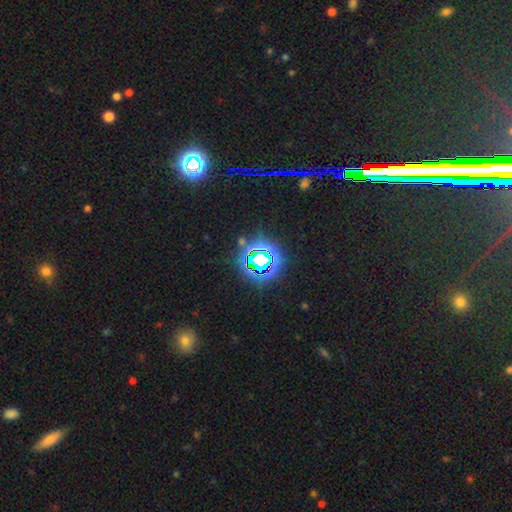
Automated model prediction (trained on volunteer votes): This appears to be a star or artifact, not a galaxy (77%).